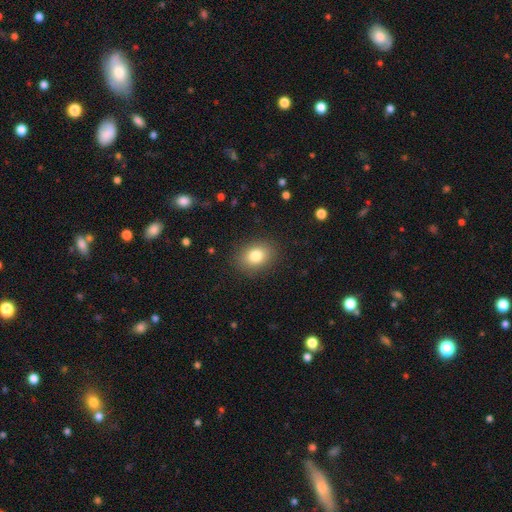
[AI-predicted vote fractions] Smooth or featured?
  - smooth: 82% *
  - star or artifact: 10%
  - featured or disk: 9%
How rounded?
  - in between: 62% *
  - round: 37%
  - cigar-shaped: 1%
Merging?
  - none: 87% *
  - minor disturbance: 9%
  - major disturbance: 3%
  - merger: 1%